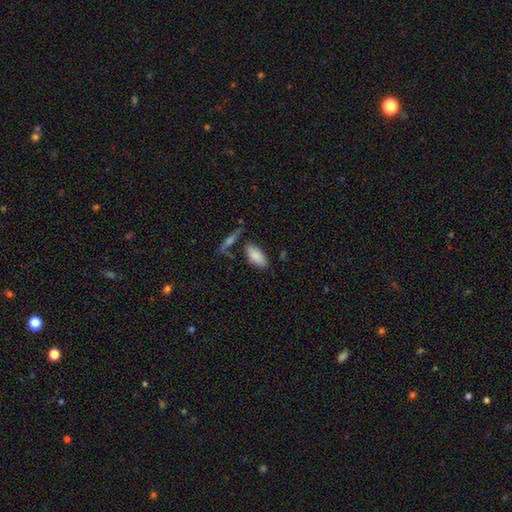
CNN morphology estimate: A smooth galaxy with no disk features (86%) that is in between round and cigar-shaped (89%). Merging: none (72%).